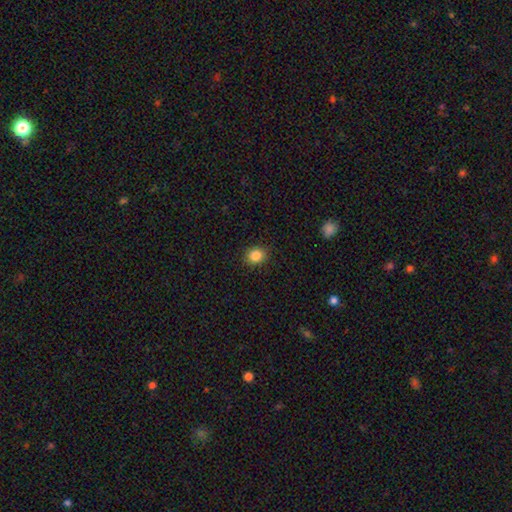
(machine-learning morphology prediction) A smooth galaxy with no disk features (85%) that is round (66%).

Vote fractions:
- Smooth or featured? smooth: 85% / star or artifact: 10% / featured or disk: 4%
- How rounded? round: 66% / in between: 33% / cigar-shaped: 1%
- Merging? none: 89% / minor disturbance: 8% / major disturbance: 2% / merger: 1%